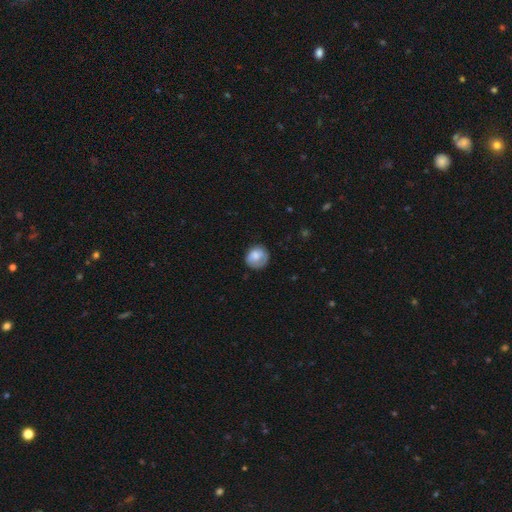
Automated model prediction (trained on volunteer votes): Smooth or featured? Predicted: smooth (p=0.75). How rounded? Predicted: round (p=0.80). Merging? Predicted: none (p=0.64).